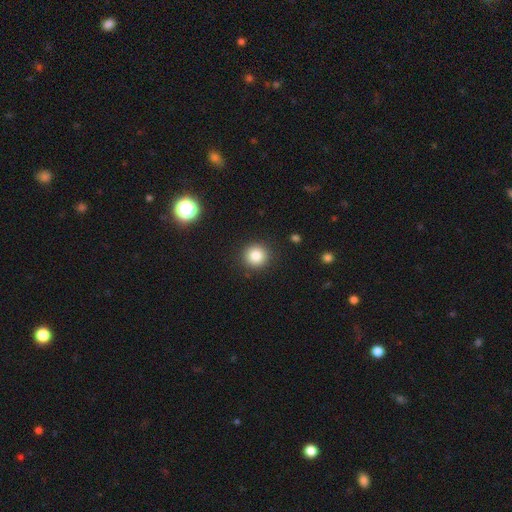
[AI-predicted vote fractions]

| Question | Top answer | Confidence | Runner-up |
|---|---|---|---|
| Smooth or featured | smooth | 84% | star or artifact (11%) |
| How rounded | round | 93% | in between (6%) |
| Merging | none | 90% | minor disturbance (6%) |